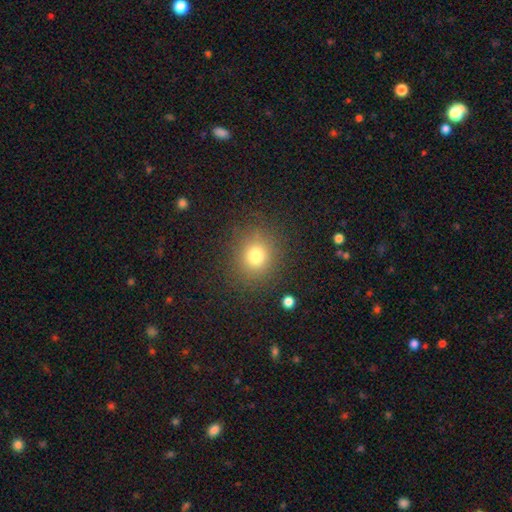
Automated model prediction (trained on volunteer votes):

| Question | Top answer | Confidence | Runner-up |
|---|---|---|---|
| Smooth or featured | smooth | 77% | star or artifact (15%) |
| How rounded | round | 79% | in between (20%) |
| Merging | none | 86% | minor disturbance (9%) |